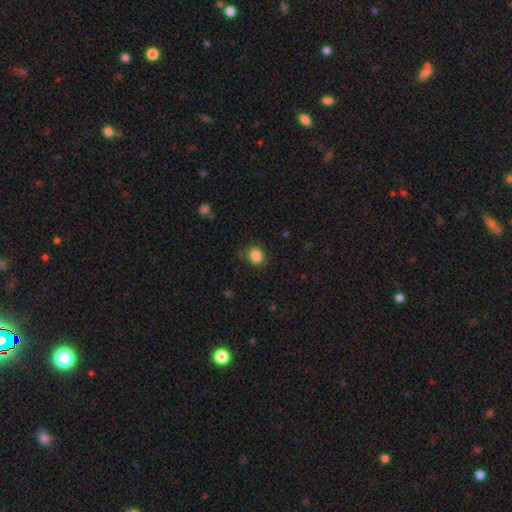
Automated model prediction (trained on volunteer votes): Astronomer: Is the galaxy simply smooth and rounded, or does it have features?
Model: smooth — 85%.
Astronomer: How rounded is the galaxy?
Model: round — 68%.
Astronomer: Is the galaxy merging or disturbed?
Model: none — 78%.